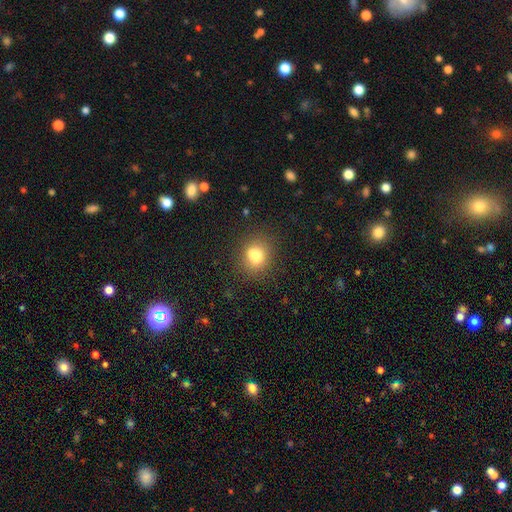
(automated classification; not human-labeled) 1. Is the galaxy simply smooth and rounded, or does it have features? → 73% smooth, 14% featured or disk, 12% star or artifact.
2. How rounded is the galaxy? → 67% round, 32% in between, 1% cigar-shaped.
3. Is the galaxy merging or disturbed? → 61% none, 18% merger, 16% minor disturbance, 6% major disturbance.